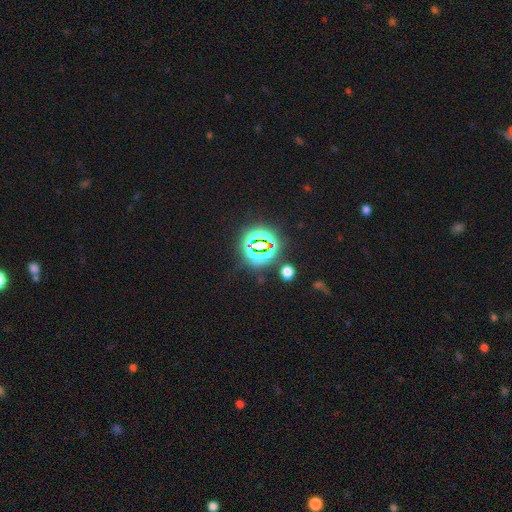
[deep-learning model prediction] smooth_or_featured: star or artifact (p=0.77) [alt: smooth p=0.15]